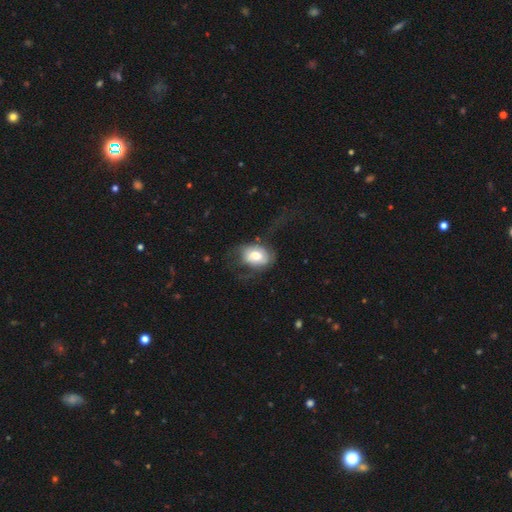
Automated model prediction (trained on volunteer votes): A smooth galaxy with no disk features (57%) that is in between round and cigar-shaped (73%).

Vote fractions:
- Smooth or featured? smooth: 57% / featured or disk: 35% / star or artifact: 8%
- How rounded? in between: 73% / round: 26% / cigar-shaped: 1%
- Merging? none: 39% / major disturbance: 37% / minor disturbance: 22% / merger: 2%